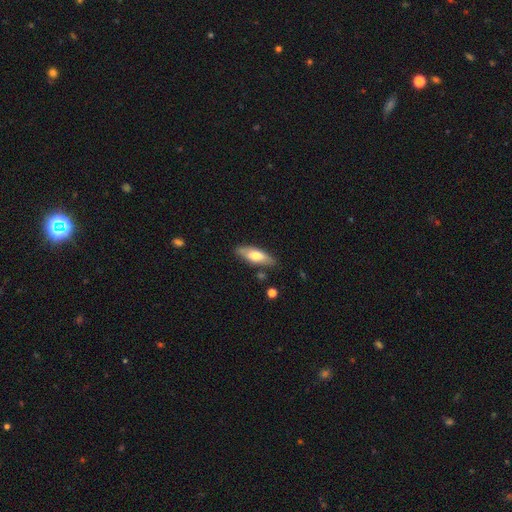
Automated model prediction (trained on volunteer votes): Smooth or featured: smooth — 61% (featured or disk — 33%)
How rounded: in between — 60% (cigar-shaped — 37%)
Merging: none — 81% (minor disturbance — 13%)